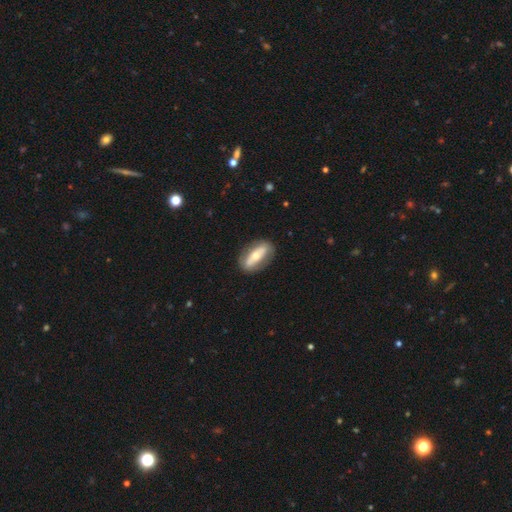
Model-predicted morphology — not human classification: This is possibly a featured or disk galaxy (50%). It is likely not viewed edge-on (69%). Merging: clearly none (82%).